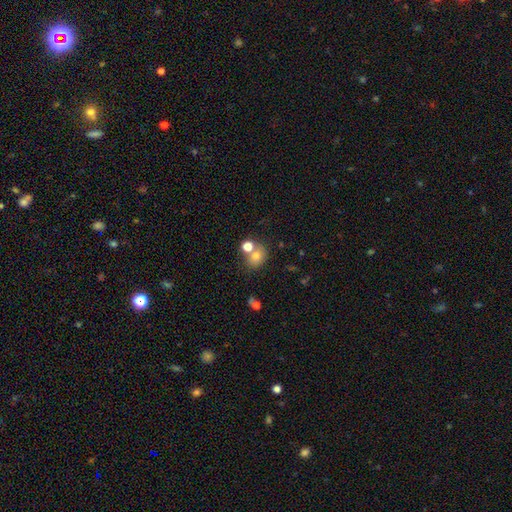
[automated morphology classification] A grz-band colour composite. It shows a smooth galaxy with no disk features (75%) that is round (57%). Merging: none (53%).